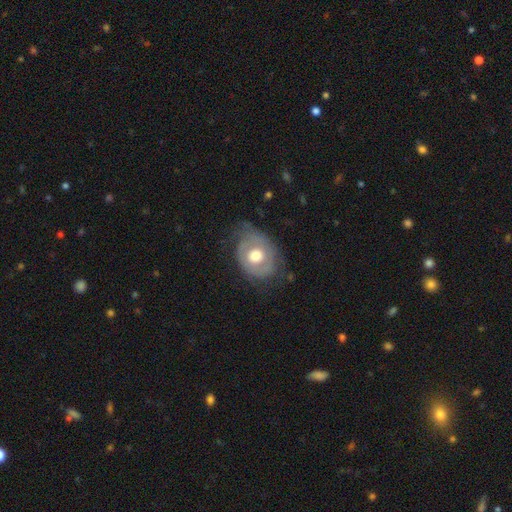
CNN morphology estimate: Smooth or featured? Predicted: featured or disk (p=0.54). Edge-on disk? Predicted: no (p=0.95). Bar? Predicted: no (p=0.85). Spiral arms? Predicted: no (p=0.55). Bulge size? Predicted: moderate (p=0.63). Merging? Predicted: none (p=0.56).